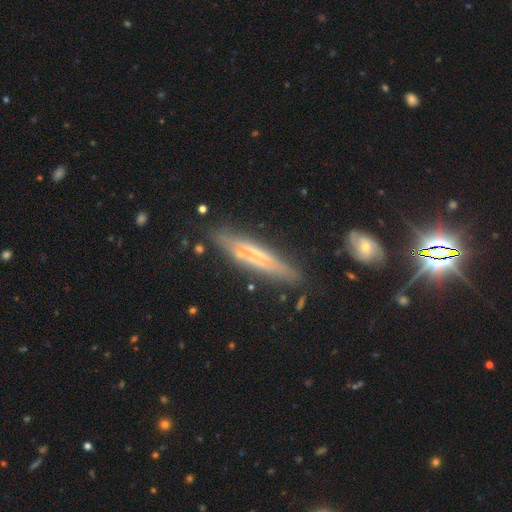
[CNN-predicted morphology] Smooth or featured?
  - featured or disk: 61% *
  - smooth: 30%
  - star or artifact: 8%
Edge-on disk?
  - yes: 85% *
  - no: 15%
Edge-on bulge?
  - none: 61% *
  - rounded: 26%
  - boxy: 13%
Merging?
  - none: 79% *
  - minor disturbance: 14%
  - major disturbance: 4%
  - merger: 3%